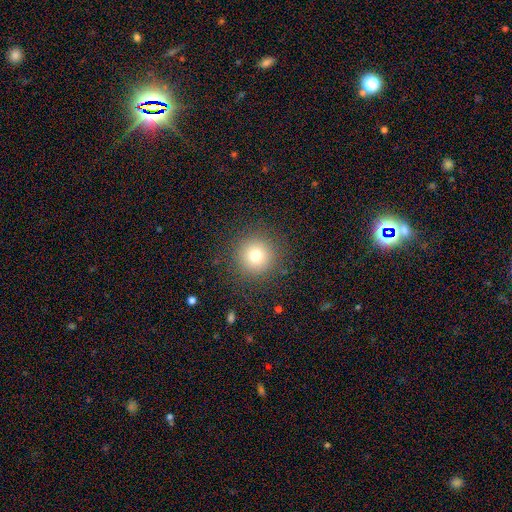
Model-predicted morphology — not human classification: Smooth or featured?
  - smooth: 77% *
  - star or artifact: 14%
  - featured or disk: 10%
How rounded?
  - round: 95% *
  - in between: 4%
  - cigar-shaped: 1%
Merging?
  - none: 88% *
  - minor disturbance: 7%
  - major disturbance: 4%
  - merger: 1%